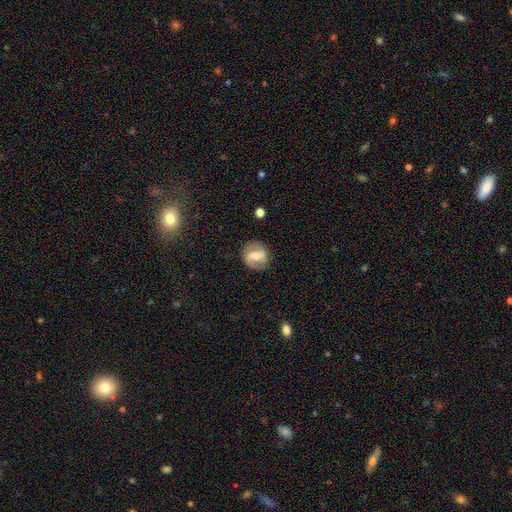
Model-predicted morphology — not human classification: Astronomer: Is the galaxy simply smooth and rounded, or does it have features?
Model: featured or disk — 61%.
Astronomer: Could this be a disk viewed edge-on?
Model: no — 96%.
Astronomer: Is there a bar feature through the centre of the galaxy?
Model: strong — 46% (runner-up: weak, 39%).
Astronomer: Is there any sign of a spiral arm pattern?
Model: yes — 78%.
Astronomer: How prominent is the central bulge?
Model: moderate — 46% (runner-up: small, 41%).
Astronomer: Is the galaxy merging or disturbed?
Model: none — 82%.